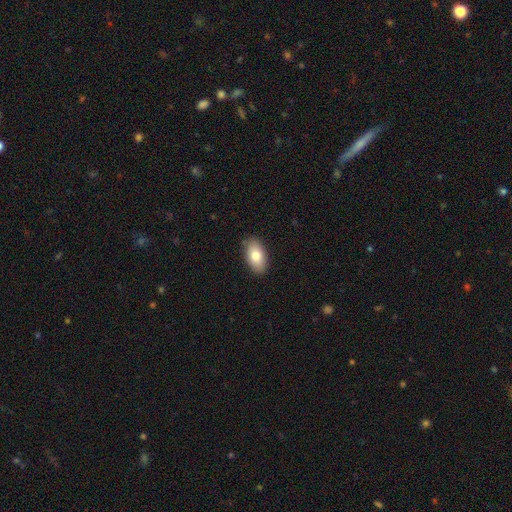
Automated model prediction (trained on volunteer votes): Smooth or featured: smooth — 79% (featured or disk — 14%)
How rounded: in between — 93% (round — 4%)
Merging: none — 87% (minor disturbance — 10%)